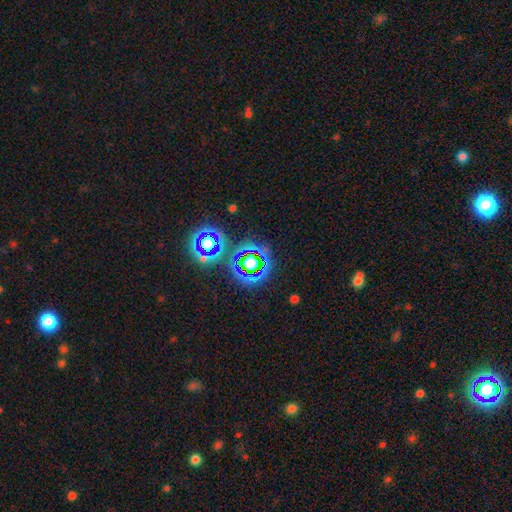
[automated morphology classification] smooth_or_featured: star or artifact (p=0.74) [alt: smooth p=0.15]